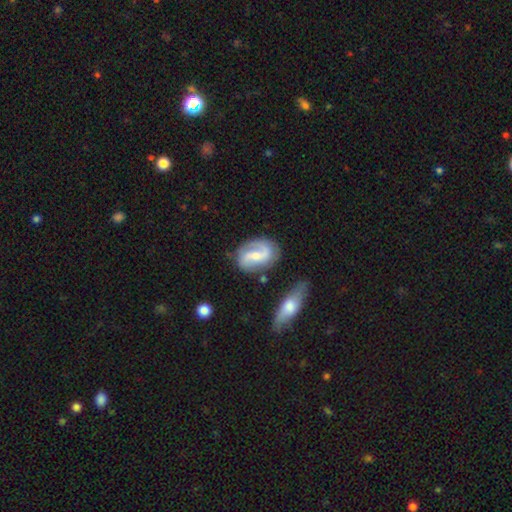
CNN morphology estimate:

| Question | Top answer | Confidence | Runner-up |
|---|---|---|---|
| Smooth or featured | featured or disk | 78% | smooth (17%) |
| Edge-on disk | no | 96% | yes (4%) |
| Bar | weak | 45% | no (33%) |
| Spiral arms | yes | 94% | no (6%) |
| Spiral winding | medium | 46% | loose (36%) |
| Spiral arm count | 2 | 85% | 1 (7%) |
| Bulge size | moderate | 46% | small (45%) |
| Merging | none | 71% | minor disturbance (17%) |